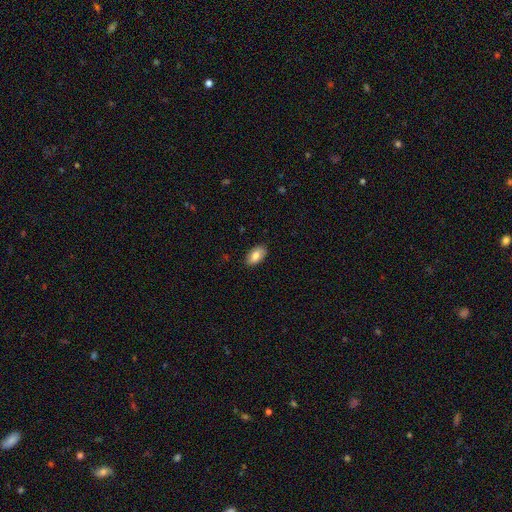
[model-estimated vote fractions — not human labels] Smooth or featured: smooth — 79% (featured or disk — 14%)
How rounded: in between — 94% (round — 4%)
Merging: none — 87% (minor disturbance — 10%)